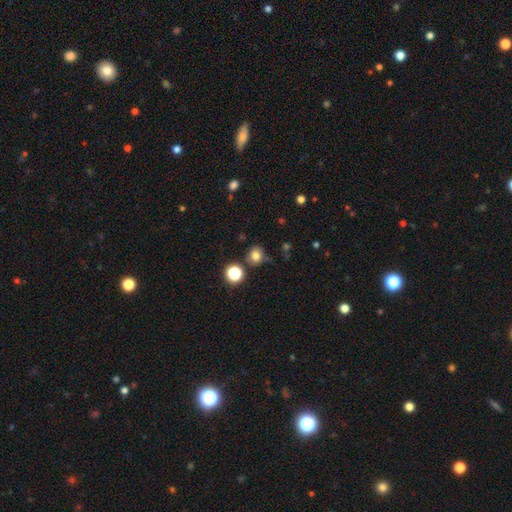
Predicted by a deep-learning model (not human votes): Morphology: type=smooth (78%); roundness=round (77%); merging=none (74%).